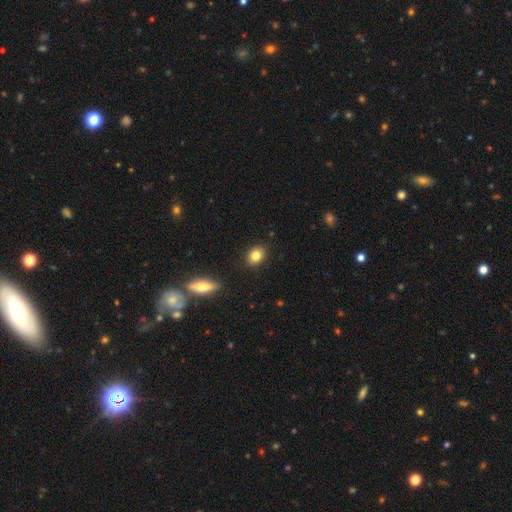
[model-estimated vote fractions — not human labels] A smooth galaxy with no disk features (83%) that is in between round and cigar-shaped (57%). Merging: none (88%).